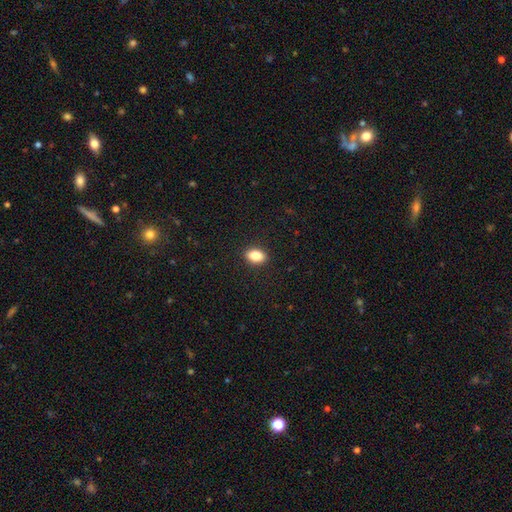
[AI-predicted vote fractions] Smooth or featured?
  - smooth: 84% *
  - star or artifact: 9%
  - featured or disk: 7%
How rounded?
  - in between: 84% *
  - round: 14%
  - cigar-shaped: 3%
Merging?
  - none: 90% *
  - minor disturbance: 7%
  - major disturbance: 2%
  - merger: 1%